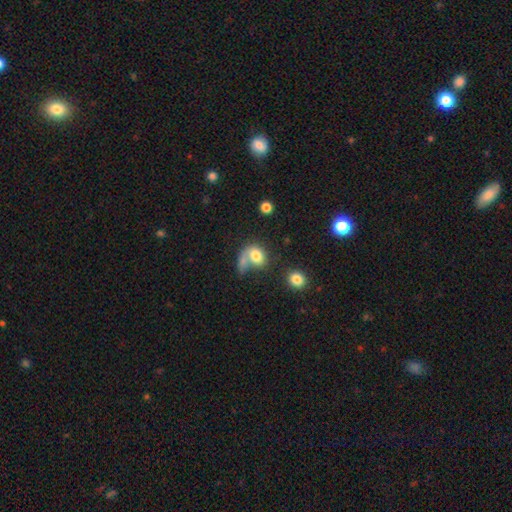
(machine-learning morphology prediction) A smooth galaxy with no disk features (72%) that is in between round and cigar-shaped (55%).

Vote fractions:
- Smooth or featured? smooth: 72% / featured or disk: 19% / star or artifact: 9%
- How rounded? in between: 55% / round: 43% / cigar-shaped: 2%
- Merging? merger: 38% / none: 27% / major disturbance: 22% / minor disturbance: 13%